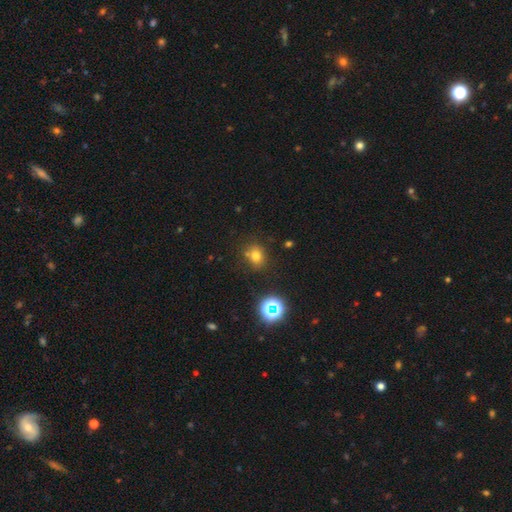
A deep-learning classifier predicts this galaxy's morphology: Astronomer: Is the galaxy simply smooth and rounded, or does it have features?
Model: smooth — 71%.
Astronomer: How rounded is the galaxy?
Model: round — 63%.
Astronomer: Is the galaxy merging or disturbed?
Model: none — 73%.